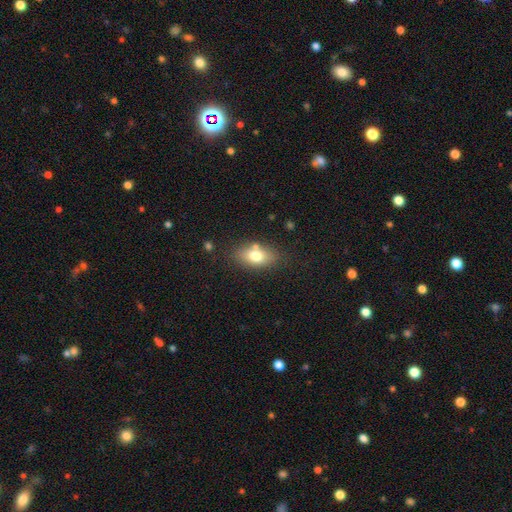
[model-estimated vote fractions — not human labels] This appears to be a smooth galaxy with no disk features (75%) that is in between round and cigar-shaped (86%). Merging: none (75%).